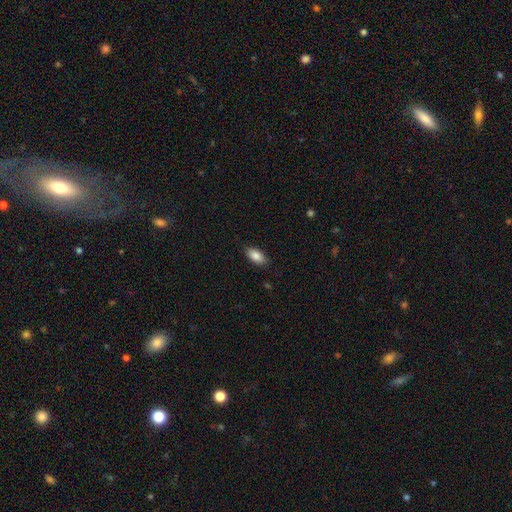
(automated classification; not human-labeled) The model was most divided on "merging": none: 87%, minor disturbance: 10%, major disturbance: 2%, merger: 1%. More confident: how rounded — in between (91%); smooth or featured — smooth (86%).